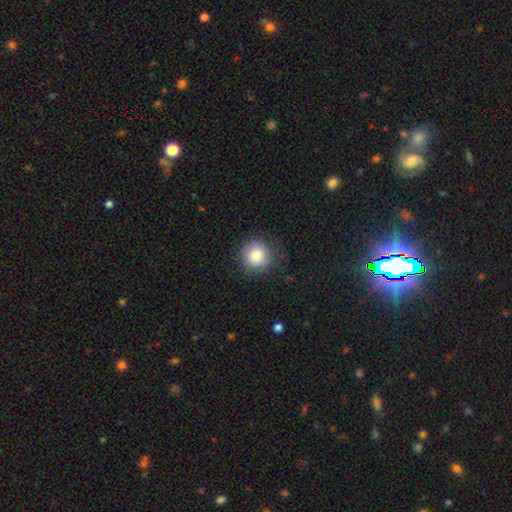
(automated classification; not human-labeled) Smooth or featured?
  - smooth: 81% *
  - featured or disk: 9%
  - star or artifact: 9%
How rounded?
  - round: 91% *
  - in between: 8%
  - cigar-shaped: 1%
Merging?
  - none: 79% *
  - minor disturbance: 14%
  - major disturbance: 6%
  - merger: 1%